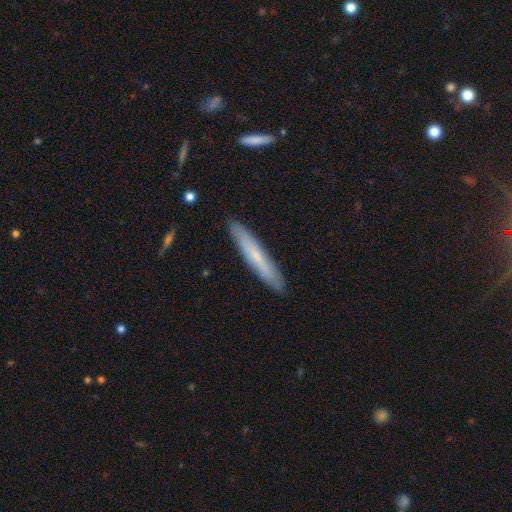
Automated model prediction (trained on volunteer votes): smooth 59%, featured or disk 35%, star or artifact 6%. Down the decision tree: how rounded — cigar-shaped (93%); merging — none (89%).